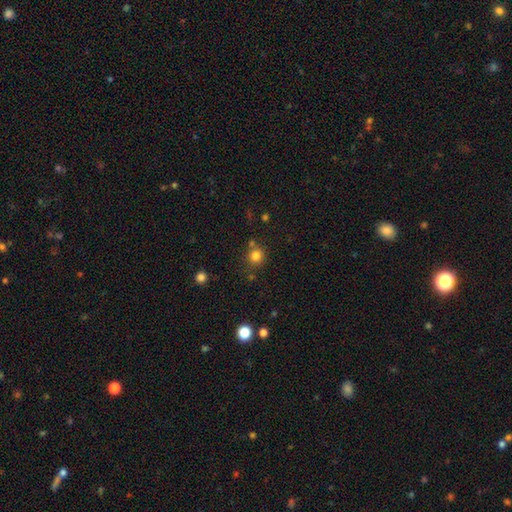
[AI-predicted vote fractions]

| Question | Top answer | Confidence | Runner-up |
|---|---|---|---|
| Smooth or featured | smooth | 80% | star or artifact (14%) |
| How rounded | round | 89% | in between (10%) |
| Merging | none | 74% | merger (12%) |